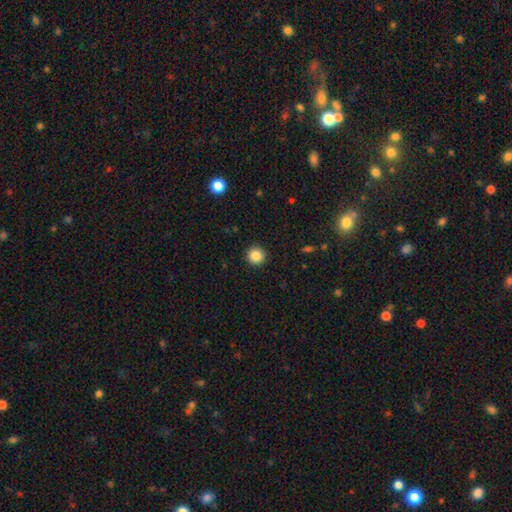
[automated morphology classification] Smooth or featured? Predicted: smooth (p=0.86). How rounded? Predicted: round (p=0.95). Merging? Predicted: none (p=0.92).